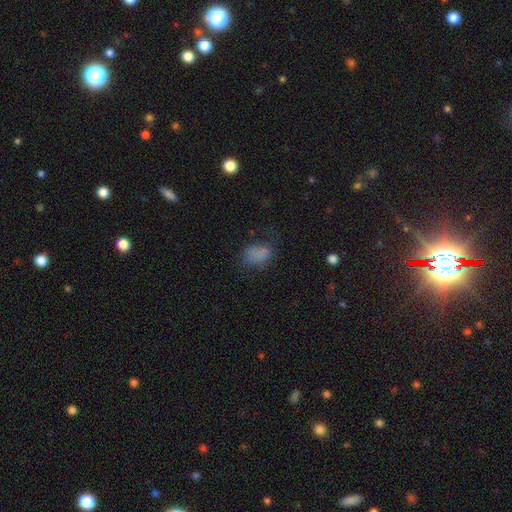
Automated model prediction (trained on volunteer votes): smooth 73%, star or artifact 16%, featured or disk 11%. Down the decision tree: how rounded — in between (79%); merging — none (48%).